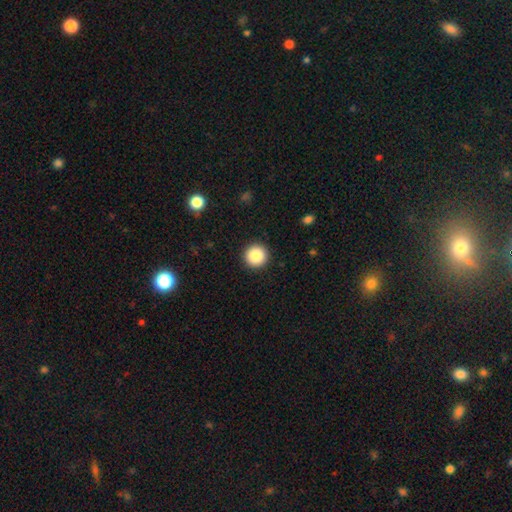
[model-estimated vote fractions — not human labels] This appears to be a smooth galaxy with no disk features (86%) that is round (96%). Merging: none (93%).